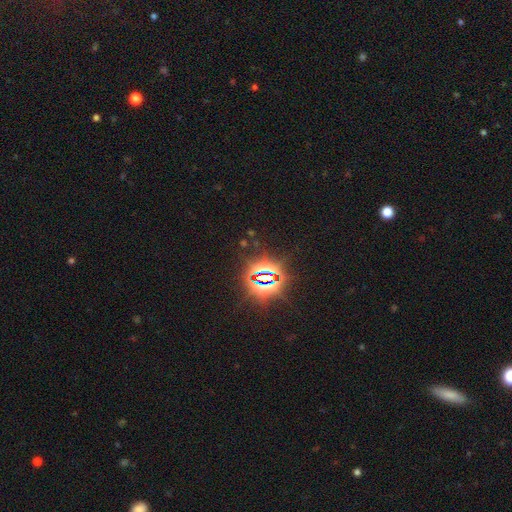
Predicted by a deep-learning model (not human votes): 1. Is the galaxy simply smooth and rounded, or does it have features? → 85% star or artifact, 9% smooth, 6% featured or disk.